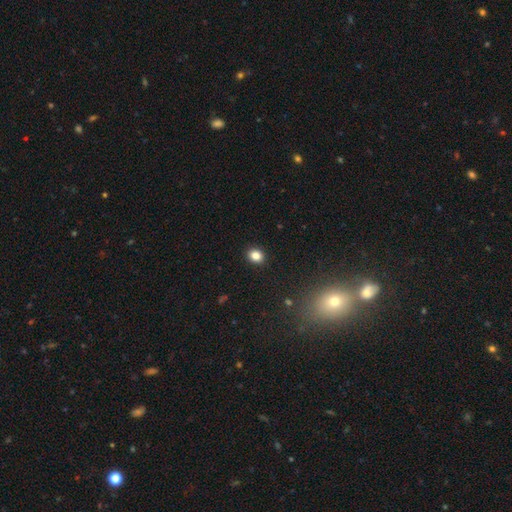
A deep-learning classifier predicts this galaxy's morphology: smooth 85%, star or artifact 11%, featured or disk 5%. Down the decision tree: how rounded — round (59%); merging — none (91%).